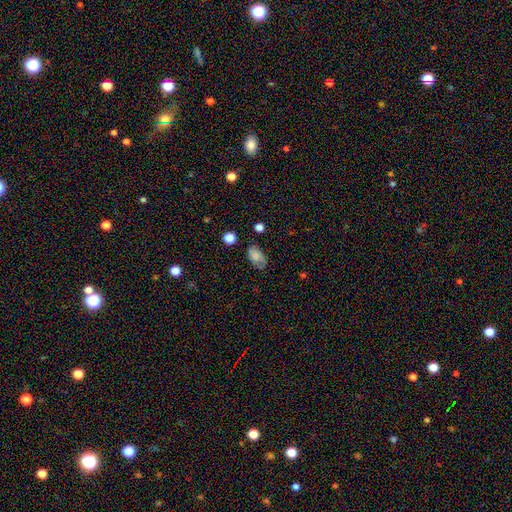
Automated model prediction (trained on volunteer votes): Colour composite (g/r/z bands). It shows a smooth galaxy with no disk features (74%) that is in between round and cigar-shaped (88%). Merging: none (65%).